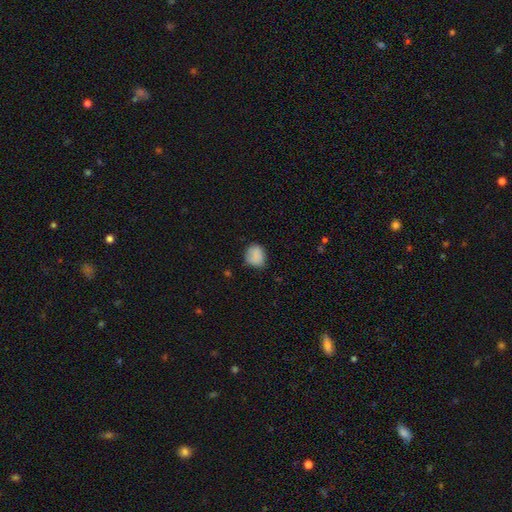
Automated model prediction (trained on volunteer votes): Q: Smooth or featured?
A: smooth (84%); runner-up: star or artifact (9%)
Q: How rounded?
A: round (63%); runner-up: in between (36%)
Q: Merging?
A: none (70%); runner-up: minor disturbance (23%)